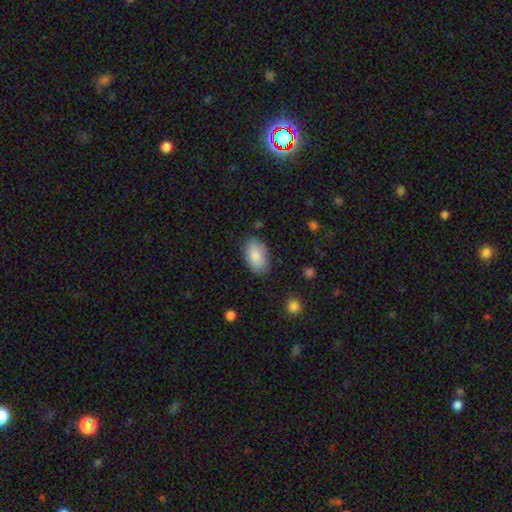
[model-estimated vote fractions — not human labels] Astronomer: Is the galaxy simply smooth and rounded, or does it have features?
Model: smooth — 86%.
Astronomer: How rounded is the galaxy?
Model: in between — 94%.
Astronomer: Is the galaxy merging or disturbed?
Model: none — 82%.